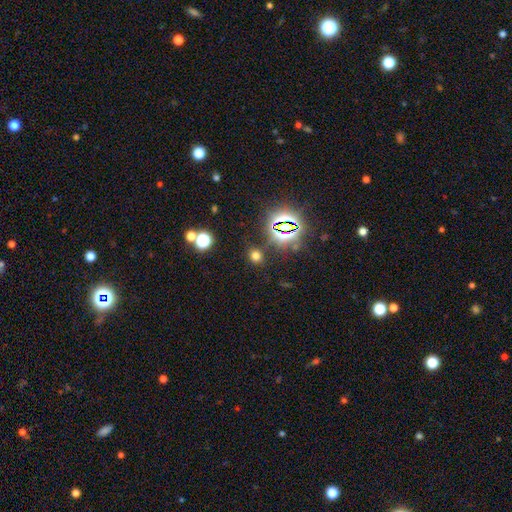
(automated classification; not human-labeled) smooth 62%, star or artifact 32%, featured or disk 6%. Down the decision tree: how rounded — round (75%); merging — none (83%).